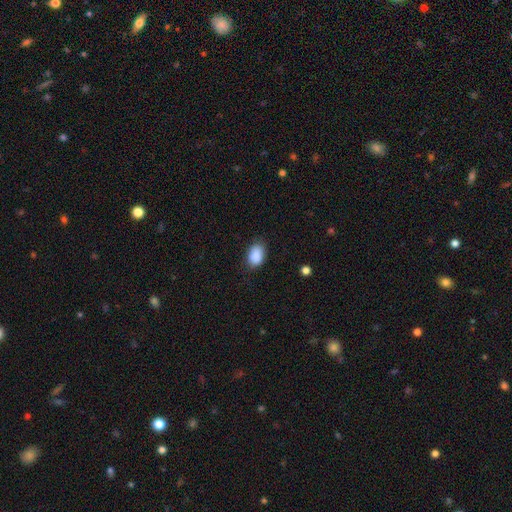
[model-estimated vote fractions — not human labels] smooth-or-featured: smooth: 89% | star or artifact: 7% | featured or disk: 4%
  how-rounded: in between: 85% | round: 14% | cigar-shaped: 1%
  merging: none: 77% | minor disturbance: 18% | major disturbance: 4% | merger: 1%